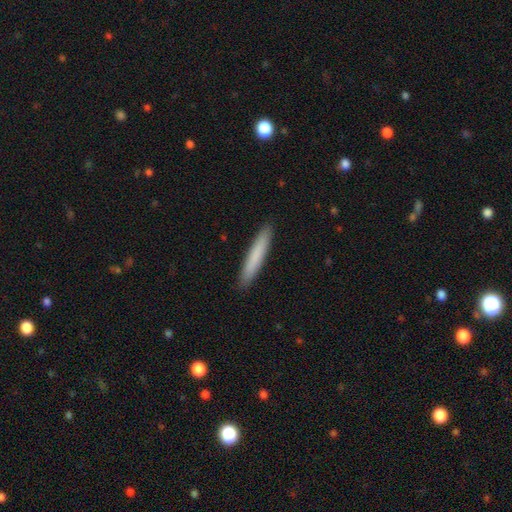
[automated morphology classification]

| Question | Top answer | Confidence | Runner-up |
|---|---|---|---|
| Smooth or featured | smooth | 78% | featured or disk (16%) |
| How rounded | cigar-shaped | 95% | in between (4%) |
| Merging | none | 92% | minor disturbance (6%) |